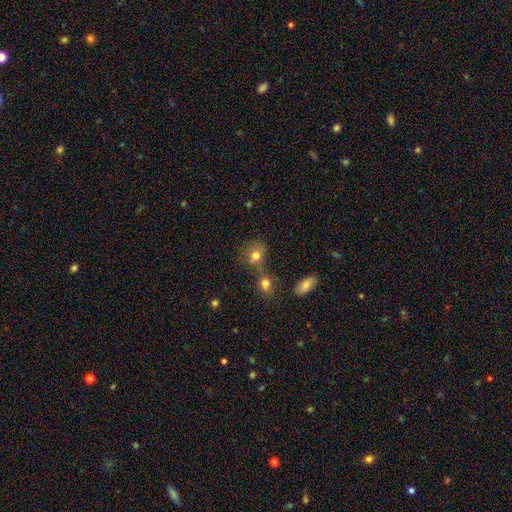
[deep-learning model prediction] Smooth or featured?
  - smooth: 77% *
  - star or artifact: 12%
  - featured or disk: 10%
How rounded?
  - round: 72% *
  - in between: 27%
  - cigar-shaped: 1%
Merging?
  - none: 51% *
  - merger: 31%
  - minor disturbance: 13%
  - major disturbance: 6%